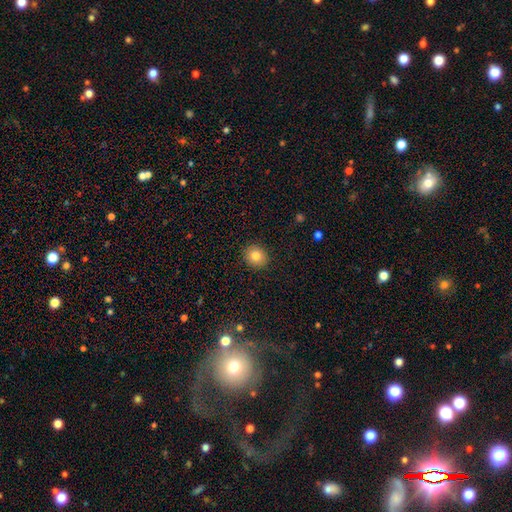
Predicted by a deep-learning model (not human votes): Smooth or featured?
  - smooth: 82% *
  - star or artifact: 10%
  - featured or disk: 8%
How rounded?
  - round: 77% *
  - in between: 22%
  - cigar-shaped: 1%
Merging?
  - none: 91% *
  - minor disturbance: 7%
  - major disturbance: 2%
  - merger: 1%